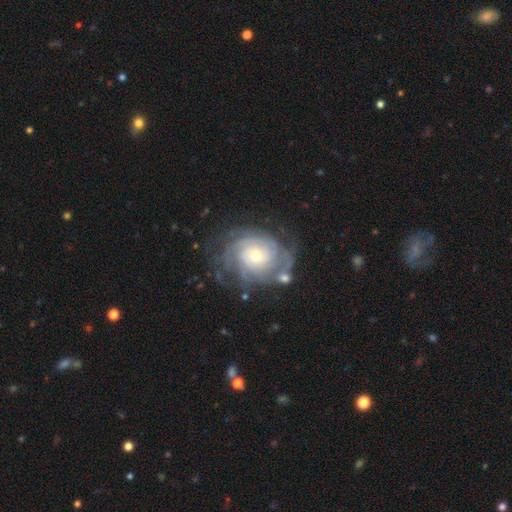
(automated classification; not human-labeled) Smooth or featured: featured or disk — 85% (smooth — 9%)
Edge-on disk: no — 97% (yes — 3%)
Bar: no — 77% (weak — 19%)
Spiral arms: yes — 95% (no — 5%)
Spiral winding: tight — 75% (medium — 20%)
Spiral arm count: can't tell — 38% (4 — 18%)
Bulge size: moderate — 49% (small — 45%)
Merging: none — 66% (minor disturbance — 18%)